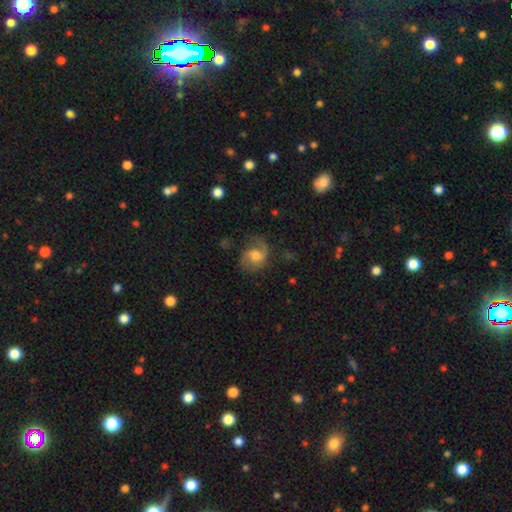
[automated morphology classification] A featured or disk galaxy (62%) with no bar (53%), 2 (69%) medium (44%) spiral arms (90%) and a moderate central bulge (55%). Merging: none (54%).